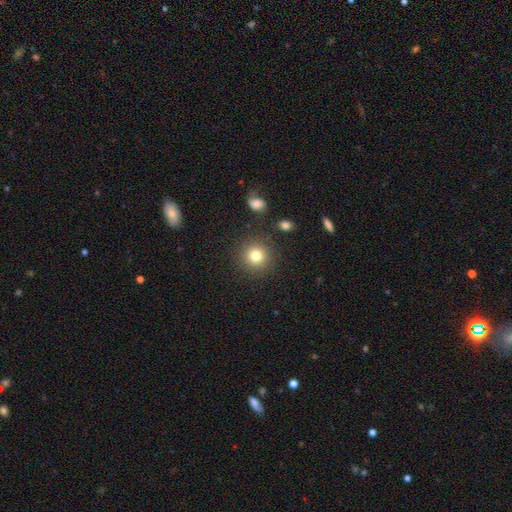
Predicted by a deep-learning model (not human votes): Smooth or featured? Predicted: smooth (p=0.81). How rounded? Predicted: round (p=0.93). Merging? Predicted: none (p=0.88).